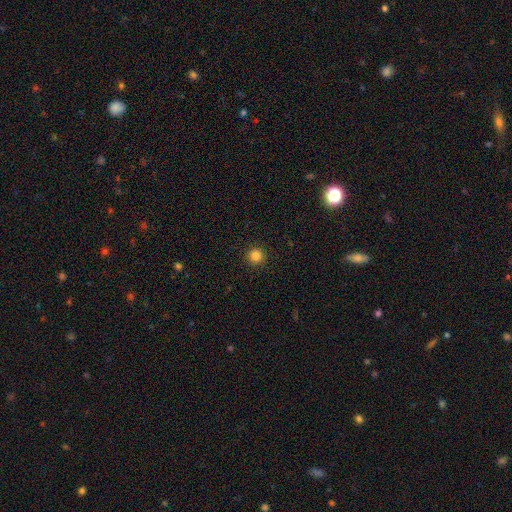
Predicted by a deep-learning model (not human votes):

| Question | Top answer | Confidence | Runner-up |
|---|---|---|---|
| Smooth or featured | smooth | 84% | star or artifact (13%) |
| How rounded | round | 96% | in between (3%) |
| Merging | none | 93% | minor disturbance (4%) |